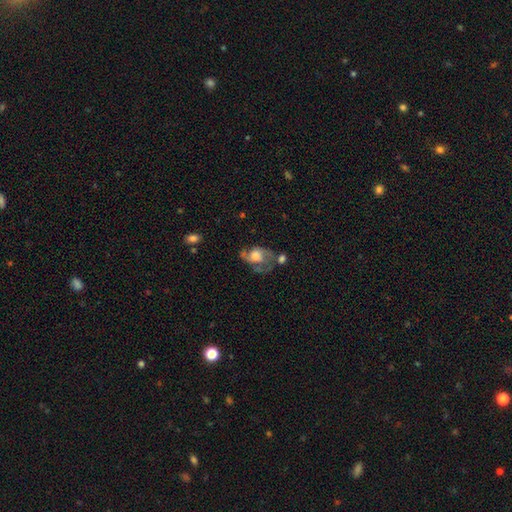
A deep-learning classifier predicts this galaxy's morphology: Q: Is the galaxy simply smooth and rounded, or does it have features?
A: featured or disk — 61%.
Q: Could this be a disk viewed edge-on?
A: no — 96%.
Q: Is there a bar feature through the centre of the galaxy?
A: no — 78%.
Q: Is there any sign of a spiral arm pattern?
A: yes — 72%.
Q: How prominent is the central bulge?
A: large — 48%.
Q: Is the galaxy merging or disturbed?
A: none — 36%.